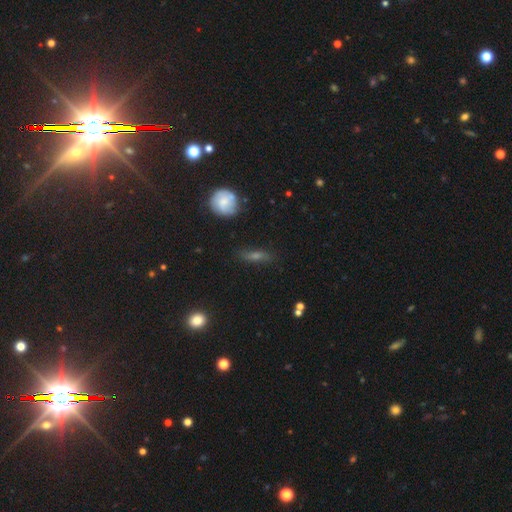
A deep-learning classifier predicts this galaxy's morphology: A smooth galaxy with no disk features (42%). Merging: none (79%).